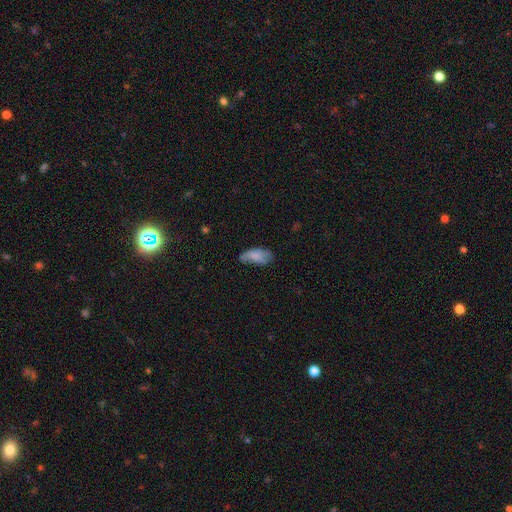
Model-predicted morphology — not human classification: smooth 72%, featured or disk 20%, star or artifact 8%. Down the decision tree: how rounded — in between (89%); merging — none (46%).